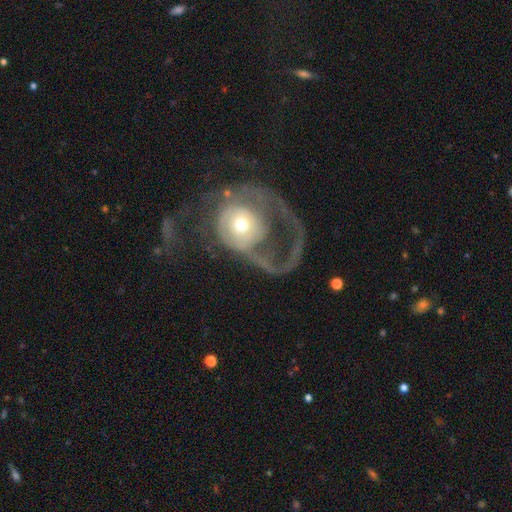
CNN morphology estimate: This appears to be a featured or disk galaxy (75%) with no bar (79%), spiral arms (66%) and a moderate central bulge (56%). Merging: major disturbance (50%).